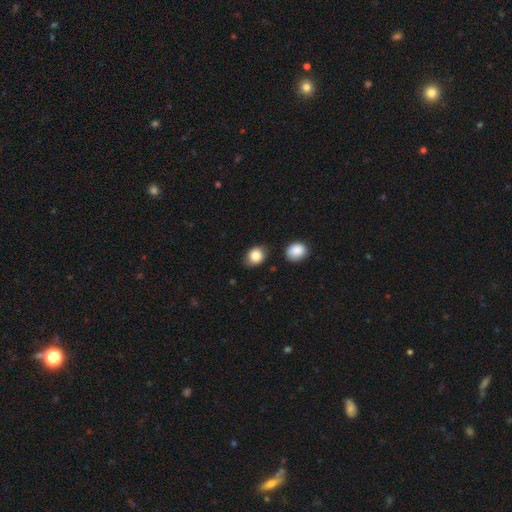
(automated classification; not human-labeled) Q: Smooth or featured?
A: smooth (85%); runner-up: star or artifact (9%)
Q: How rounded?
A: round (50%); runner-up: in between (49%)
Q: Merging?
A: none (76%); runner-up: minor disturbance (17%)